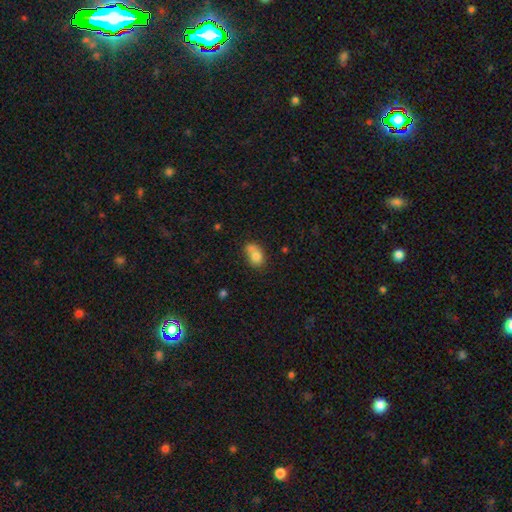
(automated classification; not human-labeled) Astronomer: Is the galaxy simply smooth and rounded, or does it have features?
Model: smooth — 76%.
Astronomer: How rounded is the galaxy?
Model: in between — 68%.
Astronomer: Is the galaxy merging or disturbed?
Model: merger — 38% (runner-up: none, 36%).